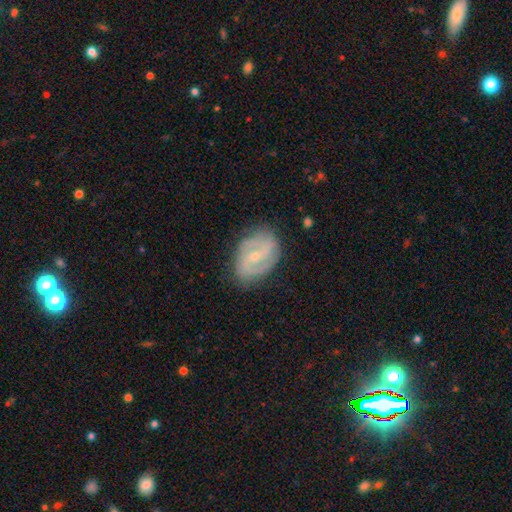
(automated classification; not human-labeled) Smooth or featured: featured or disk — 81% (smooth — 14%)
Edge-on disk: no — 97% (yes — 3%)
Bar: weak — 50% (no — 31%)
Spiral arms: yes — 93% (no — 7%)
Spiral winding: medium — 46% (tight — 34%)
Spiral arm count: 2 — 74% (can't tell — 11%)
Bulge size: small — 63% (moderate — 33%)
Merging: none — 77% (minor disturbance — 17%)